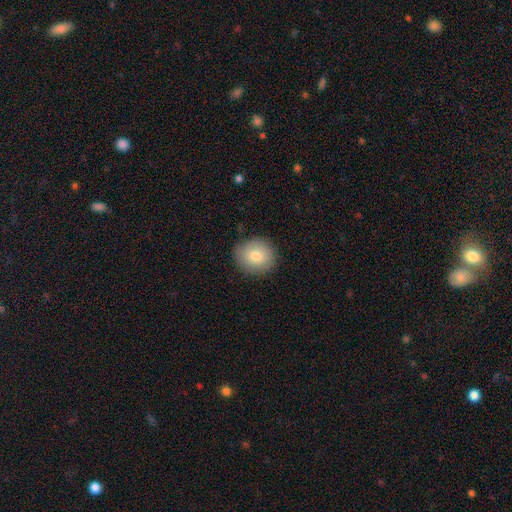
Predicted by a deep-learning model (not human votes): smooth_or_featured: smooth (p=0.79) [alt: featured or disk p=0.12]
how_rounded: round (p=0.84) [alt: in between p=0.15]
merging: none (p=0.86) [alt: minor disturbance p=0.11]